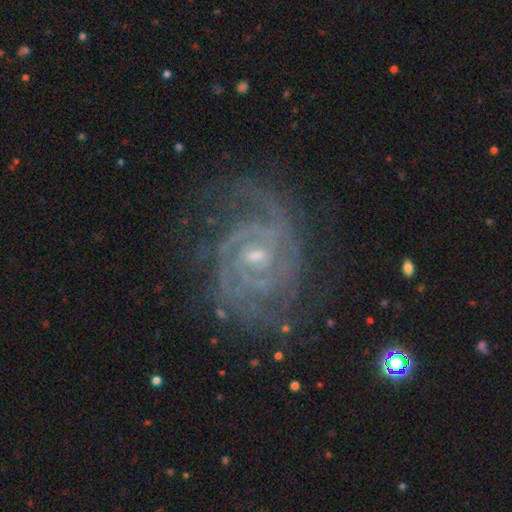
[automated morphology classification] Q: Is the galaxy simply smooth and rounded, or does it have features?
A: featured or disk — 89%.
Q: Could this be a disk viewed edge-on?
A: no — 98%.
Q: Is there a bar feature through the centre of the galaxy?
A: no — 44%.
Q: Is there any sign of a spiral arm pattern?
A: yes — 98%.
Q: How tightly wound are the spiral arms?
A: tight — 66%.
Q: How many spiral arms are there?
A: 2 — 49%.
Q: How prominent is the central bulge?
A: small — 67%.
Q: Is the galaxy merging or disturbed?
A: none — 74%.